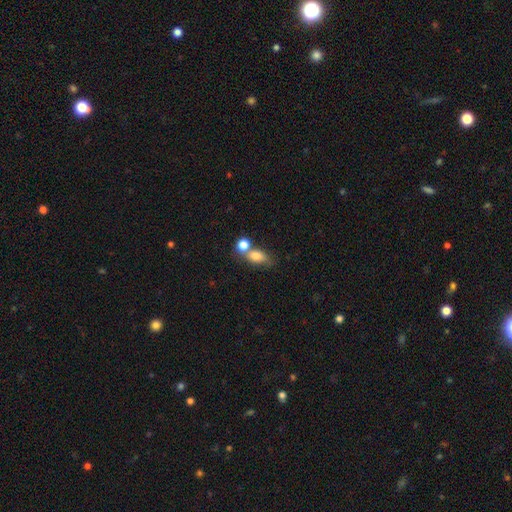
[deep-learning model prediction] Q: Smooth or featured?
A: smooth (78%); runner-up: featured or disk (12%)
Q: How rounded?
A: in between (71%); runner-up: round (24%)
Q: Merging?
A: merger (48%); runner-up: none (36%)